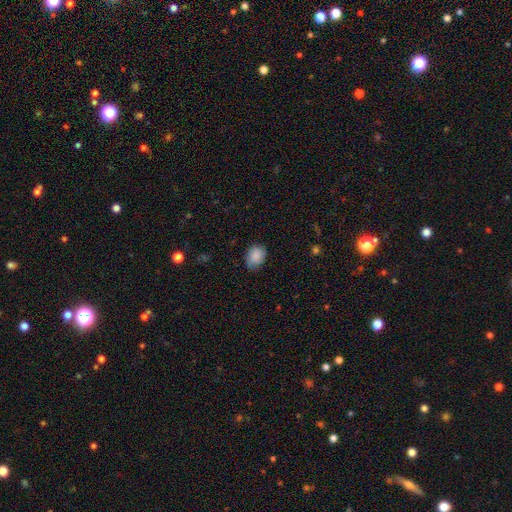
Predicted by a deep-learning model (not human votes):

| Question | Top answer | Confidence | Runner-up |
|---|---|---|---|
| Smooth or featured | smooth | 83% | featured or disk (9%) |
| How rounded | in between | 66% | round (34%) |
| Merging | none | 76% | minor disturbance (19%) |